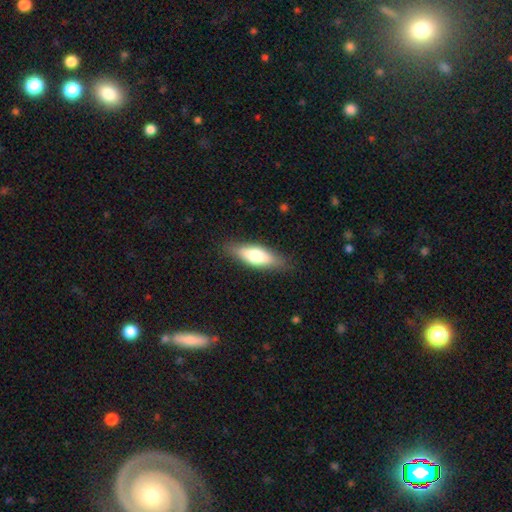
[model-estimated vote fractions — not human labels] smooth_or_featured: smooth (p=0.66) [alt: featured or disk p=0.28]
how_rounded: in between (p=0.61) [alt: cigar-shaped p=0.37]
merging: none (p=0.82) [alt: minor disturbance p=0.14]